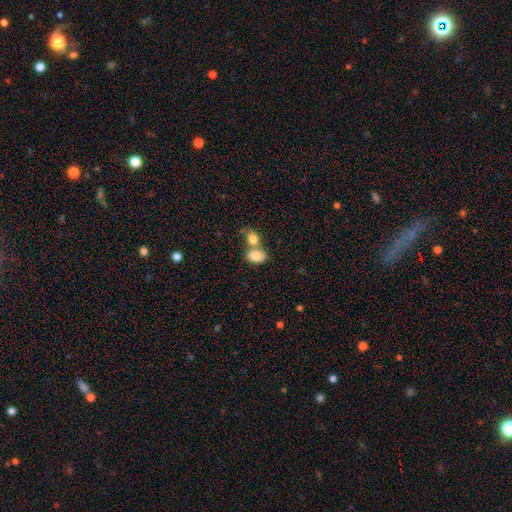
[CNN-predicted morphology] A smooth galaxy with no disk features (82%) that is in between round and cigar-shaped (83%).

Vote fractions:
- Smooth or featured? smooth: 82% / featured or disk: 10% / star or artifact: 7%
- How rounded? in between: 83% / round: 15% / cigar-shaped: 1%
- Merging? merger: 54% / none: 34% / minor disturbance: 9% / major disturbance: 3%